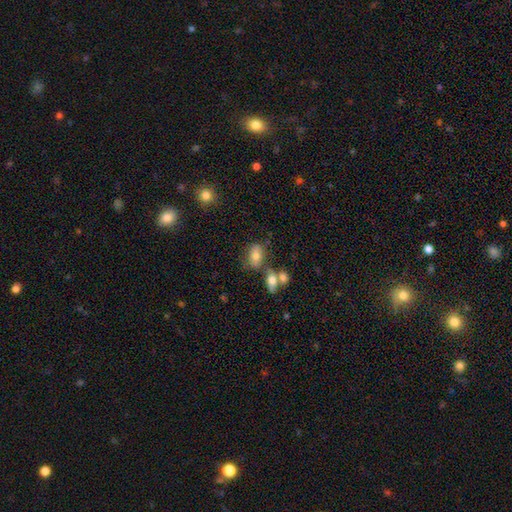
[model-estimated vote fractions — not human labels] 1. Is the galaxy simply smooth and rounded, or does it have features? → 76% smooth, 14% featured or disk, 10% star or artifact.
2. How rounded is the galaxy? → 82% in between, 16% round, 2% cigar-shaped.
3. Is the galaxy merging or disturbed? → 54% none, 23% merger, 17% minor disturbance, 6% major disturbance.